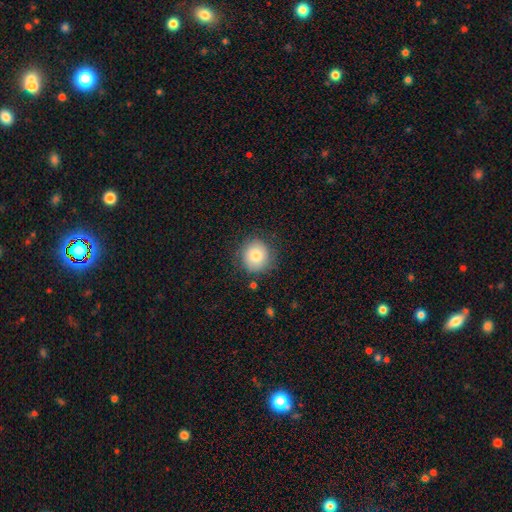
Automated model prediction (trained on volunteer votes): This is likely a smooth galaxy (80%). How rounded: clearly round (90%). Merging: clearly none (82%).